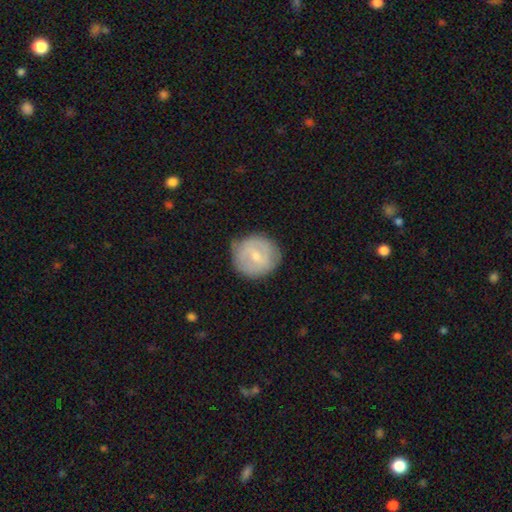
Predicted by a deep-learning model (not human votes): smooth-or-featured: smooth: 53% | featured or disk: 41% | star or artifact: 6%
  how-rounded: round: 90% | in between: 9% | cigar-shaped: 1%
  merging: none: 75% | minor disturbance: 18% | major disturbance: 5% | merger: 1%